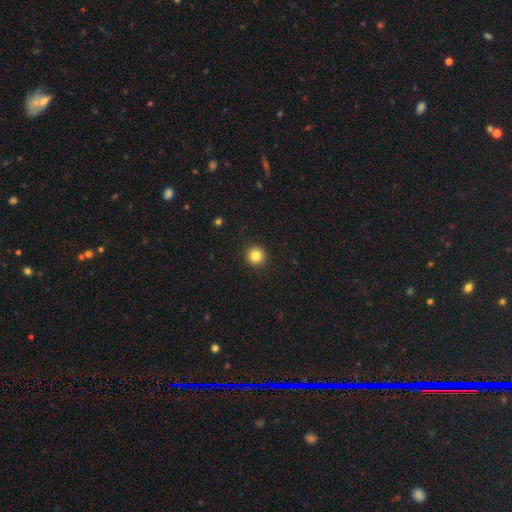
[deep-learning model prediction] A smooth galaxy with no disk features (83%) that is round (95%). Merging: none (93%).